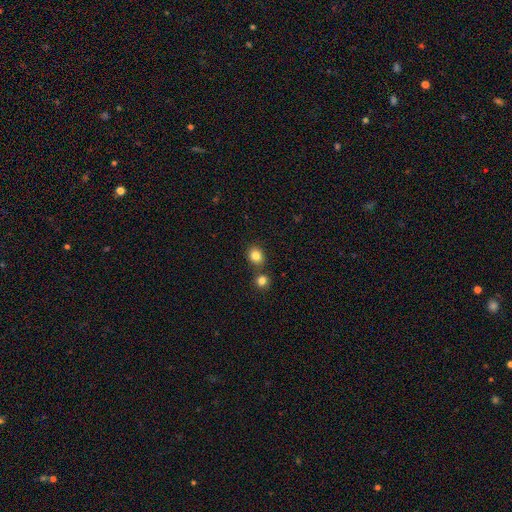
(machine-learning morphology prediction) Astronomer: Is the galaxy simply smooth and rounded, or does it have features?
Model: smooth — 83%.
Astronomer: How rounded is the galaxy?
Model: round — 70%.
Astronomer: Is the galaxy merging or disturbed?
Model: none — 76%.